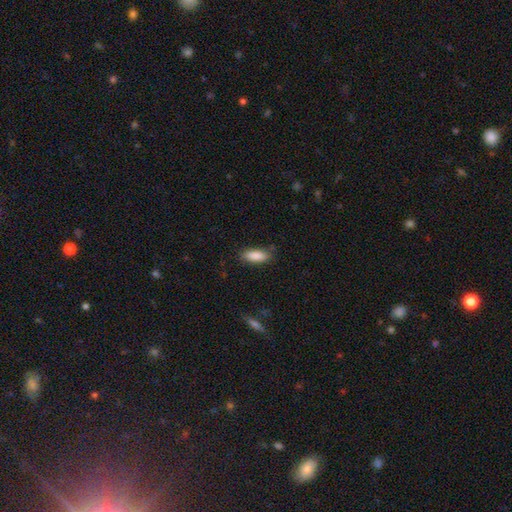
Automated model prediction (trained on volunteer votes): Smooth or featured? Predicted: smooth (p=0.88). How rounded? Predicted: in between (p=0.72). Merging? Predicted: none (p=0.83).